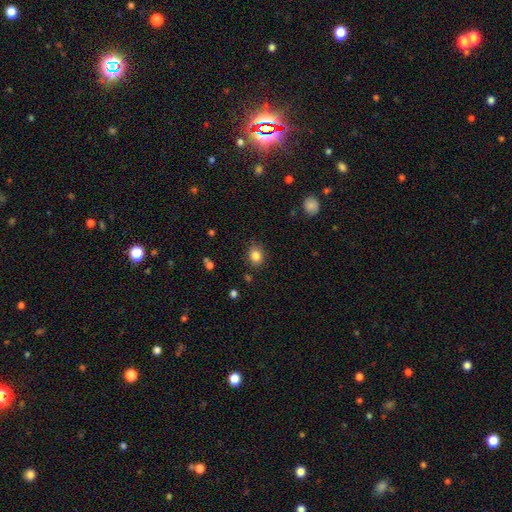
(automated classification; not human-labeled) Q: Smooth or featured?
A: smooth (84%); runner-up: star or artifact (10%)
Q: How rounded?
A: round (52%); runner-up: in between (47%)
Q: Merging?
A: none (84%); runner-up: minor disturbance (11%)